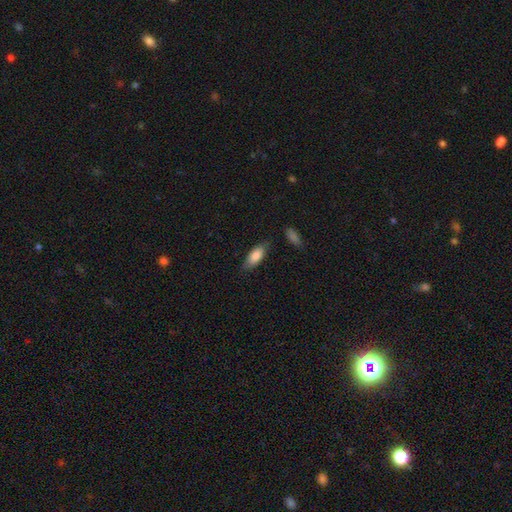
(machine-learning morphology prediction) This is clearly a smooth galaxy (82%). How rounded: likely in between (77%). Merging: likely none (77%).